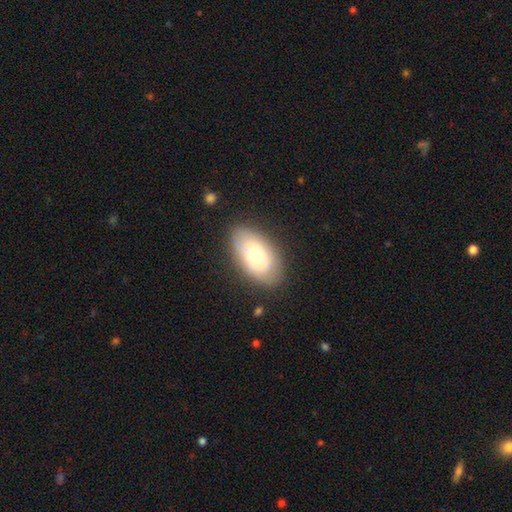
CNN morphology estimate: The model was most divided on "smooth or featured": smooth: 66%, featured or disk: 27%, star or artifact: 7%. More confident: how rounded — in between (93%); merging — none (79%).